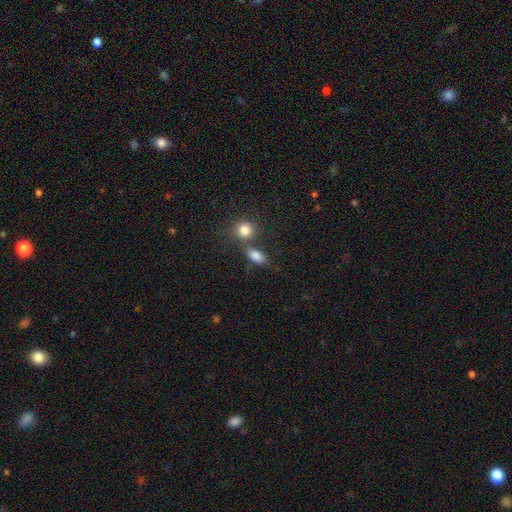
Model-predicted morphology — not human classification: type=smooth (81%); roundness=in between (78%); merging=none (55%).